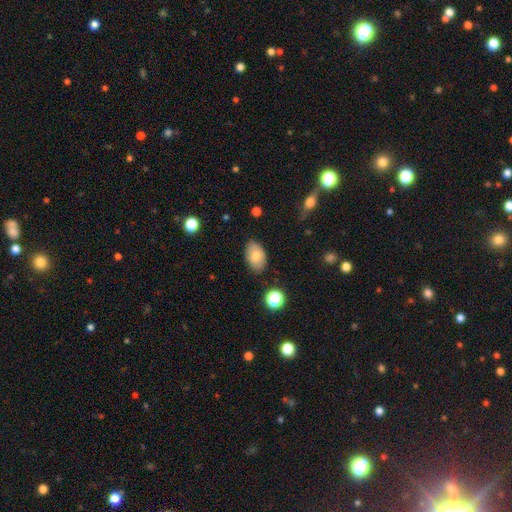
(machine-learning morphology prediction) Q: Smooth or featured?
A: smooth (75%); runner-up: featured or disk (17%)
Q: How rounded?
A: in between (89%); runner-up: round (9%)
Q: Merging?
A: none (83%); runner-up: minor disturbance (13%)